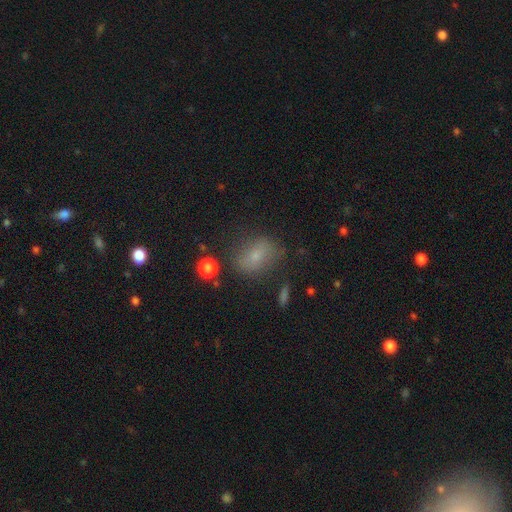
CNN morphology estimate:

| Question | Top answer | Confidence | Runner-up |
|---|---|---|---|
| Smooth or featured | smooth | 67% | featured or disk (19%) |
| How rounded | in between | 72% | round (25%) |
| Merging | none | 71% | minor disturbance (19%) |